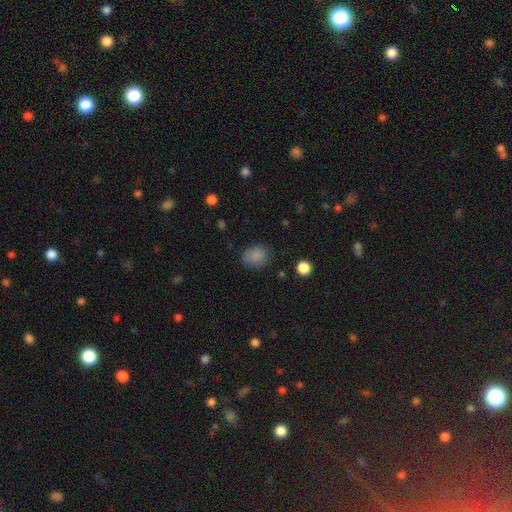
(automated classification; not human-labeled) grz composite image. It shows a smooth galaxy with no disk features (85%) that is round (50%). Merging: none (78%).